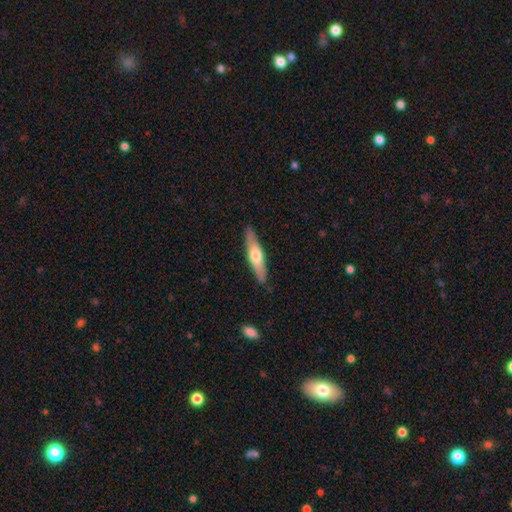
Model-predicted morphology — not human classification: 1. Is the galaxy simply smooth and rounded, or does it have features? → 49% smooth, 46% featured or disk, 5% star or artifact.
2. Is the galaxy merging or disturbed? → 88% none, 9% minor disturbance, 2% major disturbance, 1% merger.